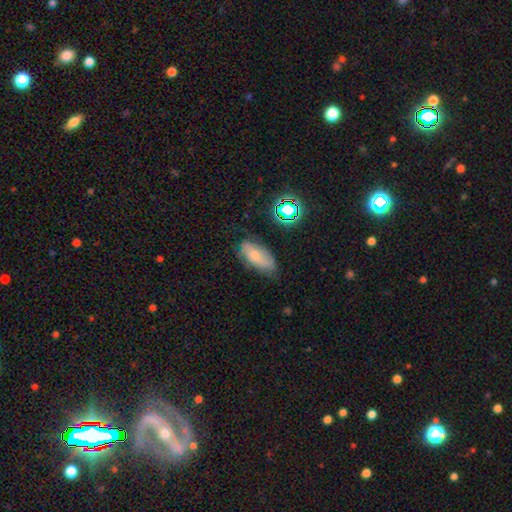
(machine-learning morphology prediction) Overall: smooth (63%; featured or disk 25%). How rounded: in between (85%). Merging: none (61%; minor disturbance 29%).